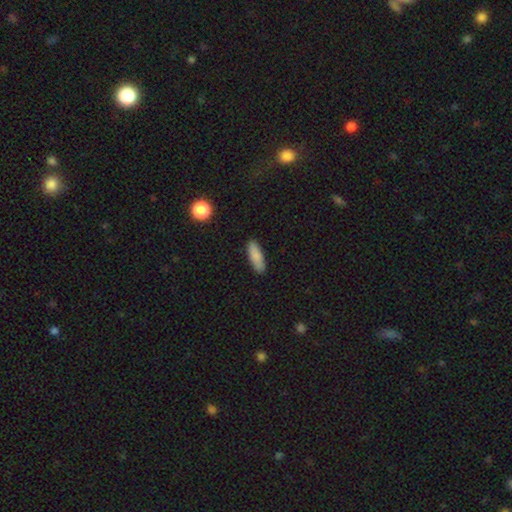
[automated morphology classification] This is clearly a smooth galaxy (85%). How rounded: possibly in between (52%). Merging: clearly none (87%).